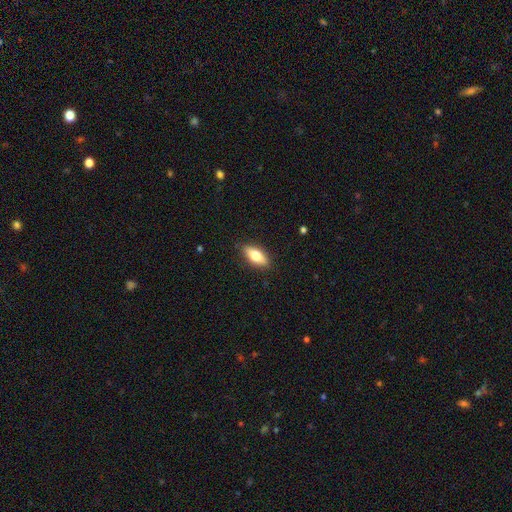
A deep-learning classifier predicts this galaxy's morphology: Smooth or featured? smooth (74%)
How rounded? in between (78%)
Merging? none (87%)